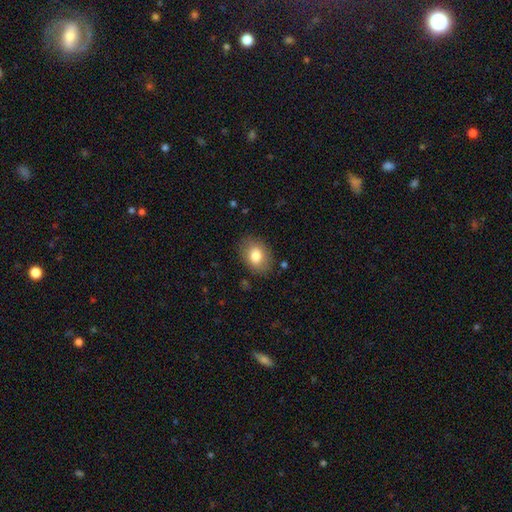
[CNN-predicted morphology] Smooth or featured?
  - smooth: 80% *
  - featured or disk: 12%
  - star or artifact: 8%
How rounded?
  - in between: 69% *
  - round: 30%
  - cigar-shaped: 1%
Merging?
  - none: 83% *
  - minor disturbance: 12%
  - major disturbance: 4%
  - merger: 1%